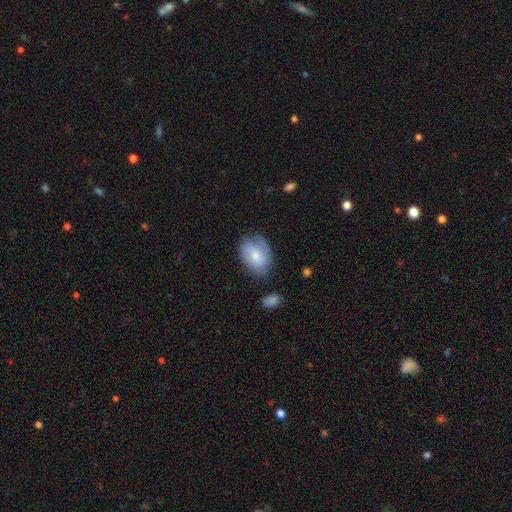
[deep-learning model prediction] Smooth or featured?
  - smooth: 62% *
  - featured or disk: 32%
  - star or artifact: 7%
How rounded?
  - in between: 78% *
  - round: 21%
  - cigar-shaped: 1%
Merging?
  - none: 60% *
  - minor disturbance: 28%
  - major disturbance: 9%
  - merger: 3%